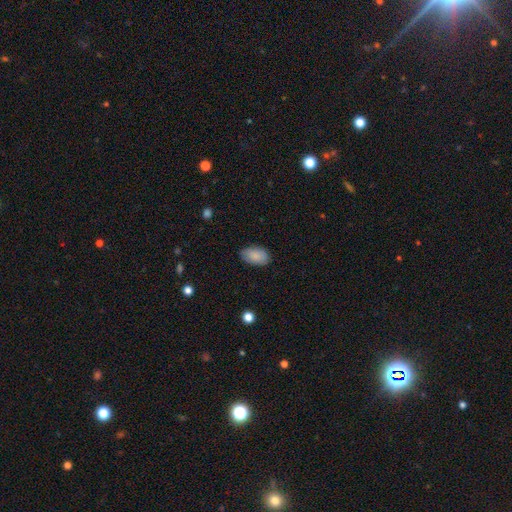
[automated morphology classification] Smooth or featured? Predicted: smooth (p=0.88). How rounded? Predicted: in between (p=0.93). Merging? Predicted: none (p=0.84).